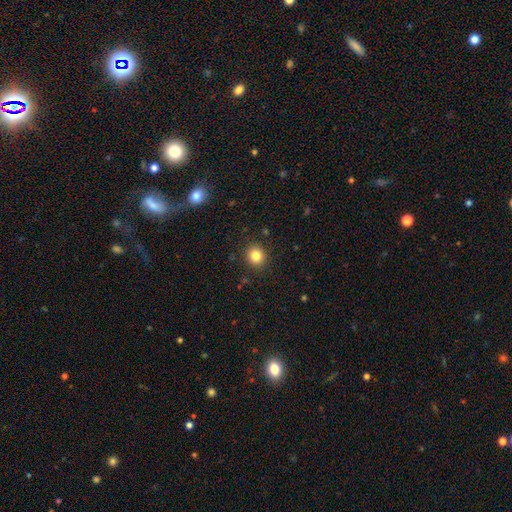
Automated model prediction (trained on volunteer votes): Smooth or featured? Predicted: smooth (p=0.83). How rounded? Predicted: round (p=0.88). Merging? Predicted: none (p=0.91).